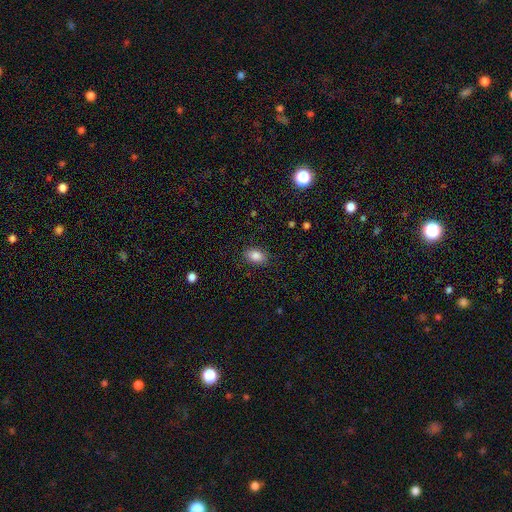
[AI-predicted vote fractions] Overall: smooth (85%). How rounded: in between (86%). Merging: none (86%).